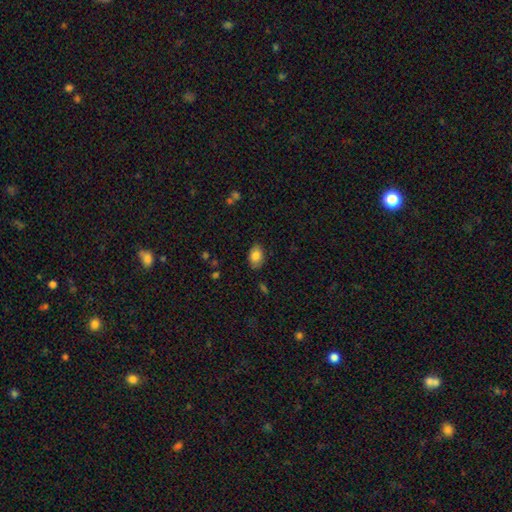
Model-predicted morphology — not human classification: Smooth or featured? smooth (82%)
How rounded? in between (86%)
Merging? none (81%)